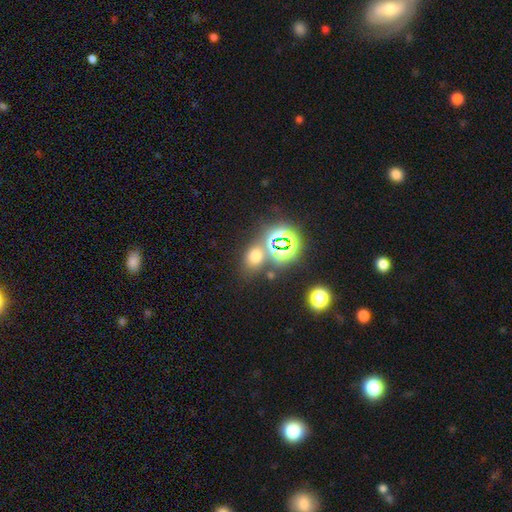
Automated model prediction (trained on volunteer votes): Smooth or featured?
  - smooth: 57% *
  - star or artifact: 35%
  - featured or disk: 9%
How rounded?
  - in between: 51% *
  - round: 48%
  - cigar-shaped: 2%
Merging?
  - none: 66% *
  - merger: 18%
  - minor disturbance: 11%
  - major disturbance: 5%